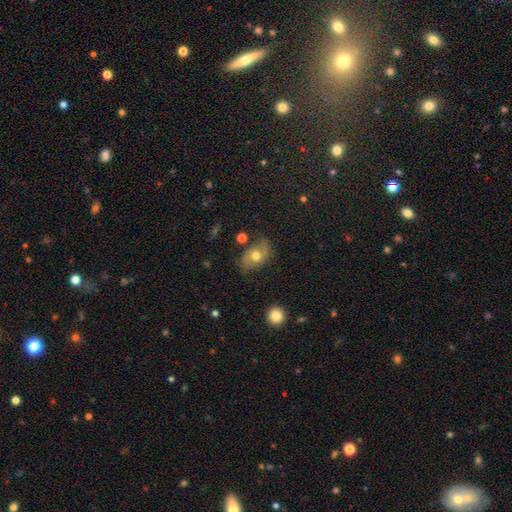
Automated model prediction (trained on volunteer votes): featured or disk 47%, smooth 43%, star or artifact 10%. Down the decision tree: merging — none (68%).